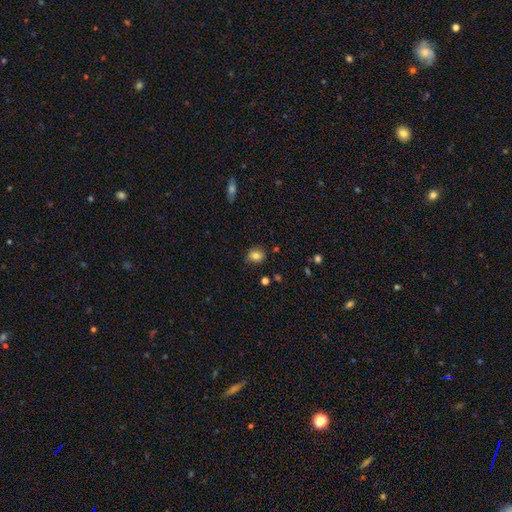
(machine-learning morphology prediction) Overall: smooth (81%). How rounded: round (61%; in between 38%). Merging: none (82%).